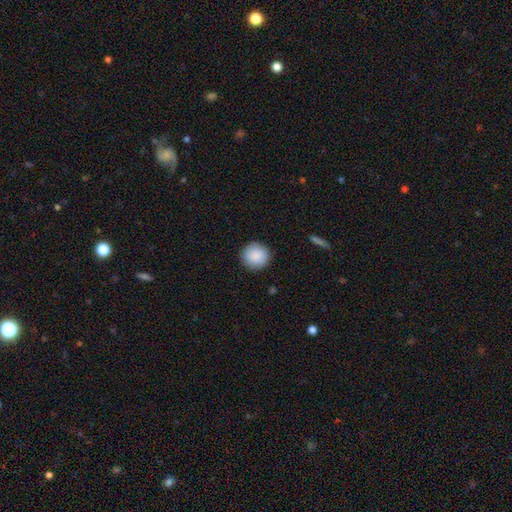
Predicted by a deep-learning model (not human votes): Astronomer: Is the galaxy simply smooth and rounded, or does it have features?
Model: smooth — 89%.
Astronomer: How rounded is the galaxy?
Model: round — 94%.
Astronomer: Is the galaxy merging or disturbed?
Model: none — 91%.